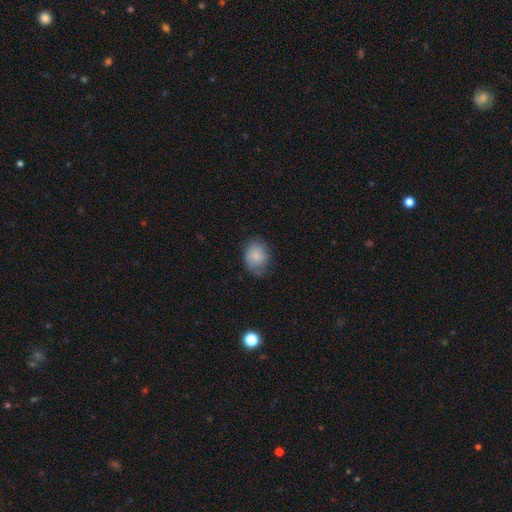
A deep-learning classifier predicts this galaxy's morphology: This is likely a smooth galaxy (75%). How rounded: possibly in between (50%). Merging: possibly none (60%).